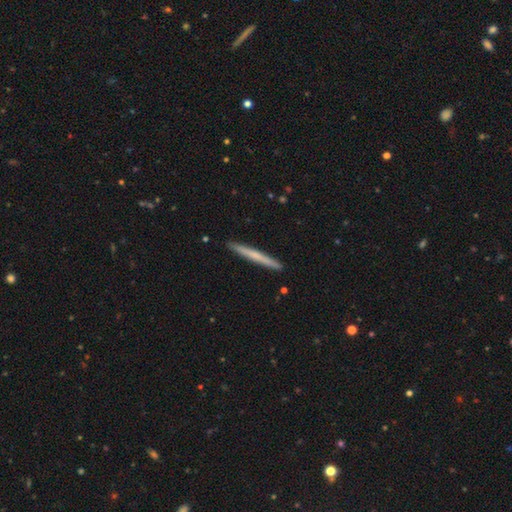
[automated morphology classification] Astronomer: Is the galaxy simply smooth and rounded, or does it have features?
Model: smooth — 55% (runner-up: featured or disk, 40%).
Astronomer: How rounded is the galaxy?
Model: cigar-shaped — 97%.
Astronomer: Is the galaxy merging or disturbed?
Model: none — 92%.